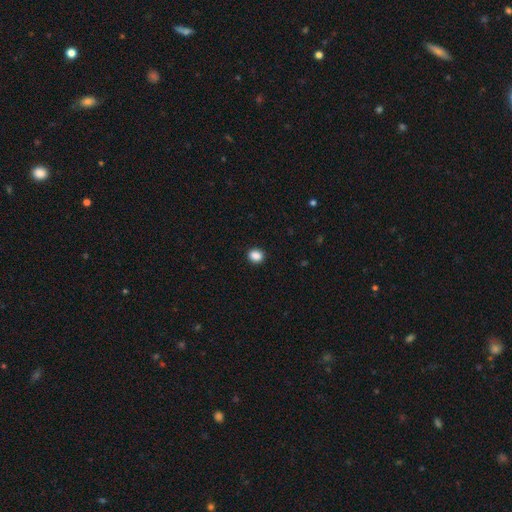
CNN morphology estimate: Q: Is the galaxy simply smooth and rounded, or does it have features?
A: smooth — 88%.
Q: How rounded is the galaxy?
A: round — 60%.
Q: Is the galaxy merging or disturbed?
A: none — 89%.